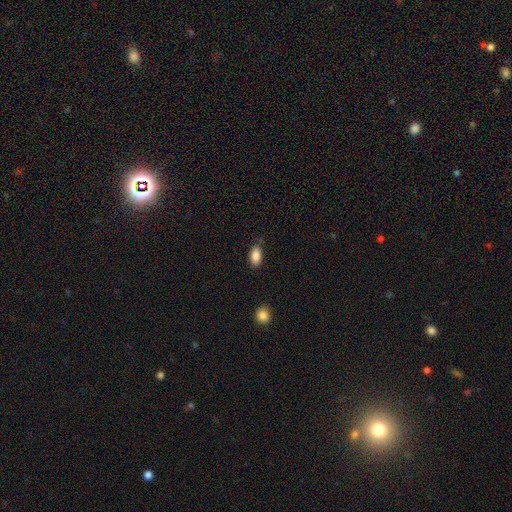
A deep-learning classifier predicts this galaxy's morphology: Smooth or featured? Predicted: smooth (p=0.87). How rounded? Predicted: in between (p=0.91). Merging? Predicted: none (p=0.78).